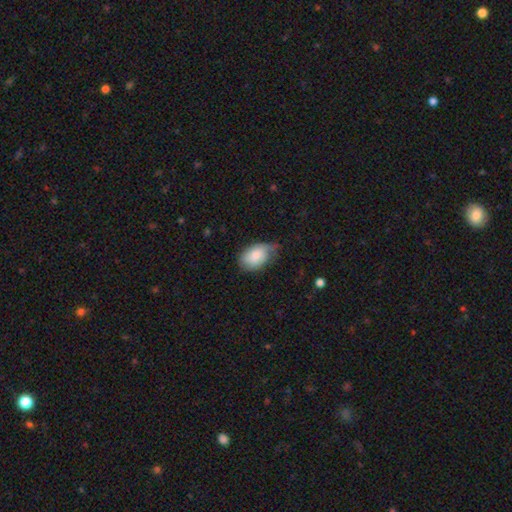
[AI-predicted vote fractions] Q: Smooth or featured?
A: smooth (77%); runner-up: featured or disk (16%)
Q: How rounded?
A: in between (88%); runner-up: round (11%)
Q: Merging?
A: minor disturbance (46%); runner-up: none (40%)